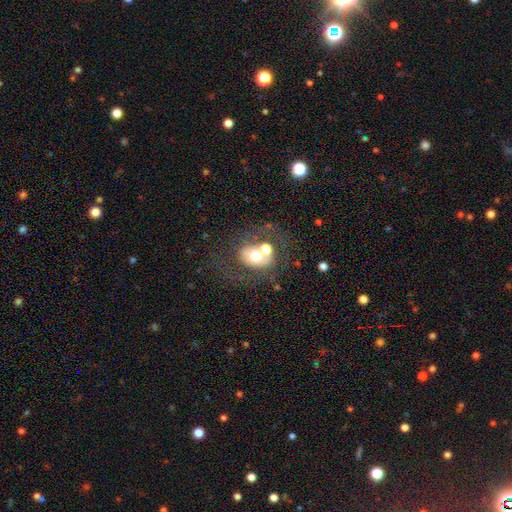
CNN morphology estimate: smooth 46%, featured or disk 41%, star or artifact 13%. Down the decision tree: merging — none (44%).